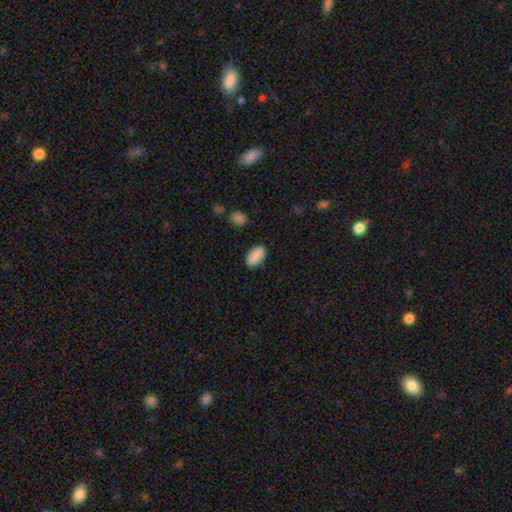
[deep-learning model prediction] Overall: smooth (88%). How rounded: in between (93%). Merging: none (84%).